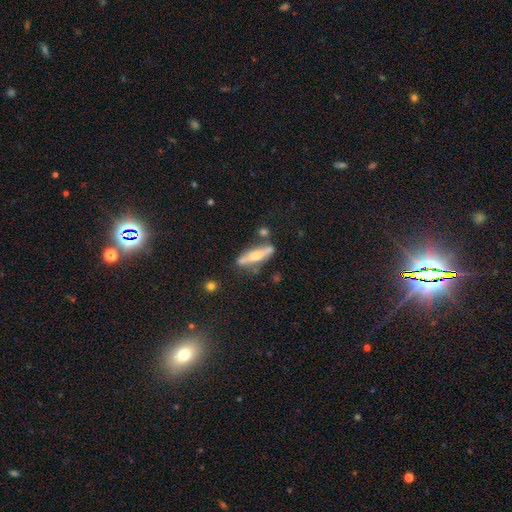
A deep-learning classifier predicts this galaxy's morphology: A featured or disk galaxy (48%).

Vote fractions:
- Smooth or featured? featured or disk: 48% / smooth: 45% / star or artifact: 7%
- Merging? none: 67% / minor disturbance: 18% / merger: 10% / major disturbance: 5%